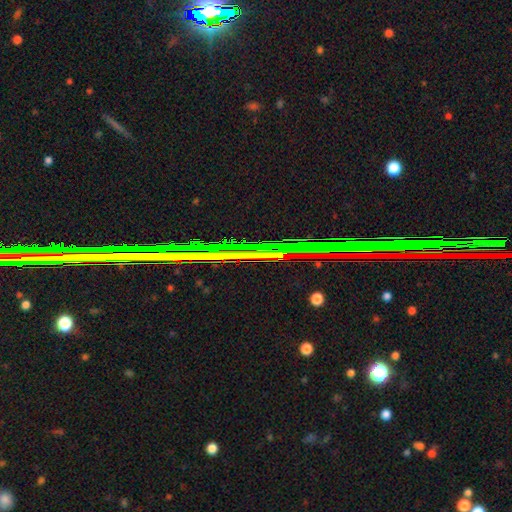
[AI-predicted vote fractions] Smooth or featured: star or artifact — 80% (featured or disk — 11%)